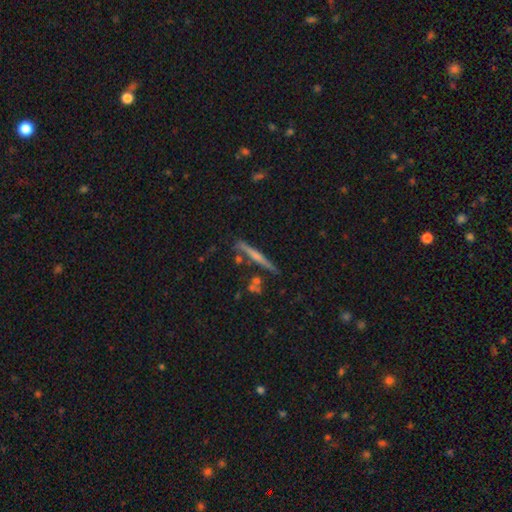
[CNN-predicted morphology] The model was most divided on "edge-on bulge": none: 45%, rounded: 44%, boxy: 11%. More confident: edge-on disk — yes (96%); merging — none (80%); smooth or featured — featured or disk (55%).